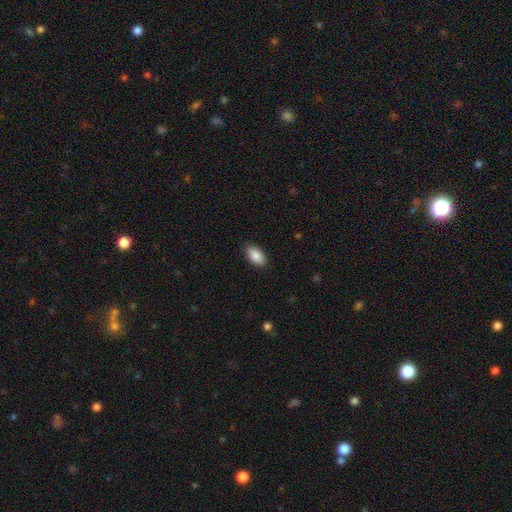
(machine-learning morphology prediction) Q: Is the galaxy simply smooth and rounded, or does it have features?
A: smooth — 88%.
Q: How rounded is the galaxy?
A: in between — 94%.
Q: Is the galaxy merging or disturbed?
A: none — 89%.